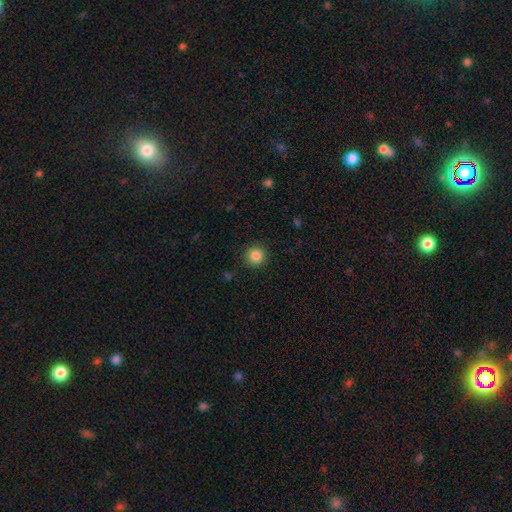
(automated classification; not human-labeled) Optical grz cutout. It shows a smooth galaxy with no disk features (85%) that is round (95%). Merging: none (91%).